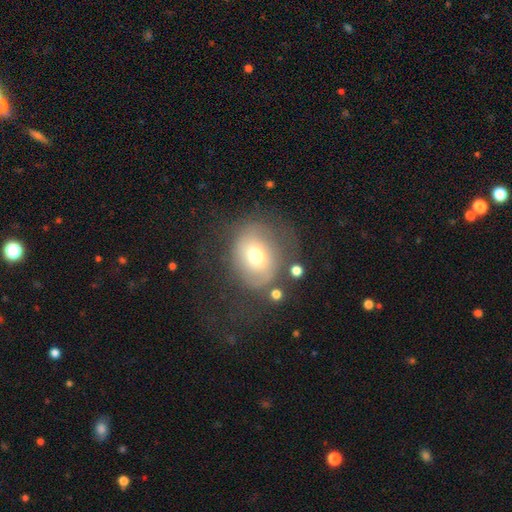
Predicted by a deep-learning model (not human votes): smooth 56%, featured or disk 33%, star or artifact 11%. Down the decision tree: how rounded — round (62%); merging — none (54%).